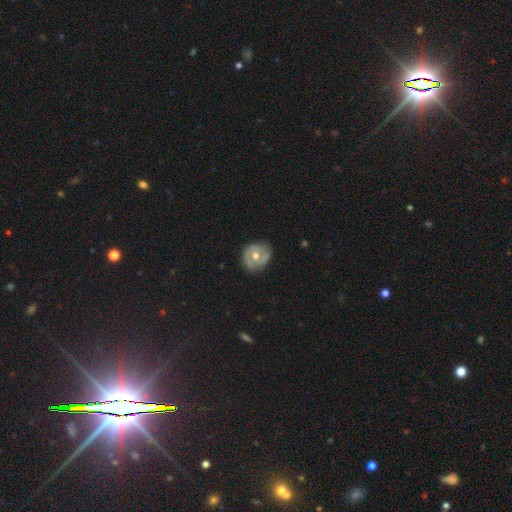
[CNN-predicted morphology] type=featured or disk (58%); edge-on=no (96%); bar=no (69%); spiral arms=yes (56%); bulge=moderate (77%); merging=none (75%).